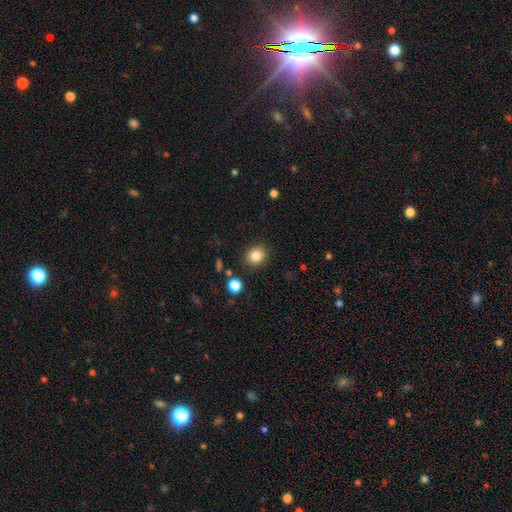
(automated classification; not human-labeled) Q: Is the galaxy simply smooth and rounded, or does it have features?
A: smooth — 84%.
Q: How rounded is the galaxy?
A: round — 69%.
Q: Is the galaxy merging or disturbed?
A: none — 87%.